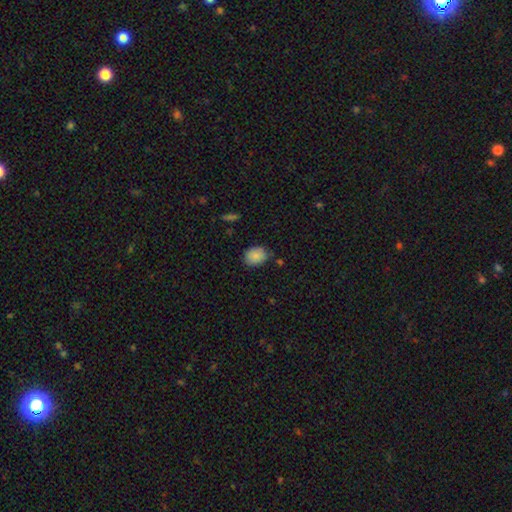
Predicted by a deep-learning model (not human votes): The model was most divided on "how rounded": in between: 56%, round: 43%, cigar-shaped: 1%. More confident: smooth or featured — smooth (87%); merging — none (75%).